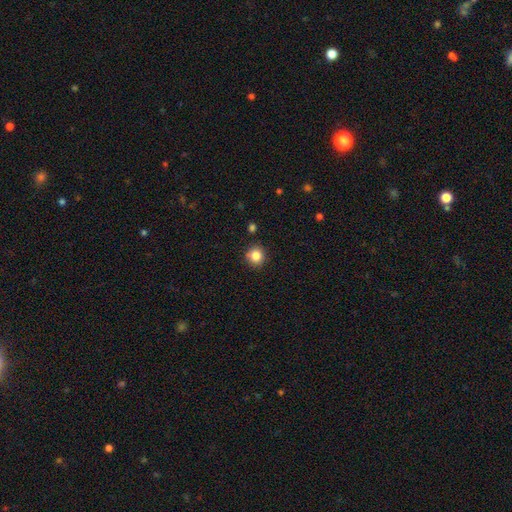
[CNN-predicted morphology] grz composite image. It shows a smooth galaxy with no disk features (84%) that is round (90%). Merging: none (87%).